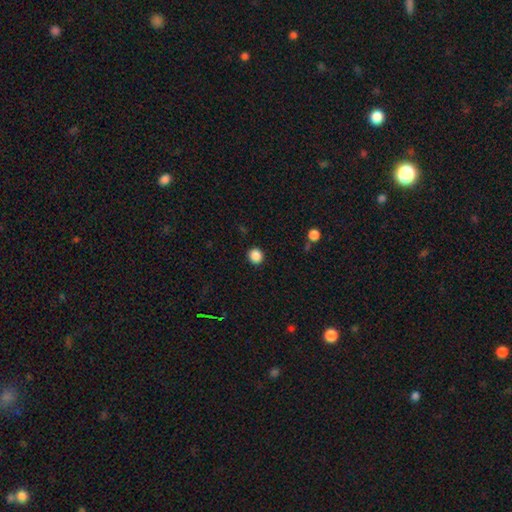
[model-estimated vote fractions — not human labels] smooth_or_featured: smooth (p=0.87) [alt: star or artifact p=0.10]
how_rounded: round (p=0.89) [alt: in between p=0.10]
merging: none (p=0.91) [alt: minor disturbance p=0.06]